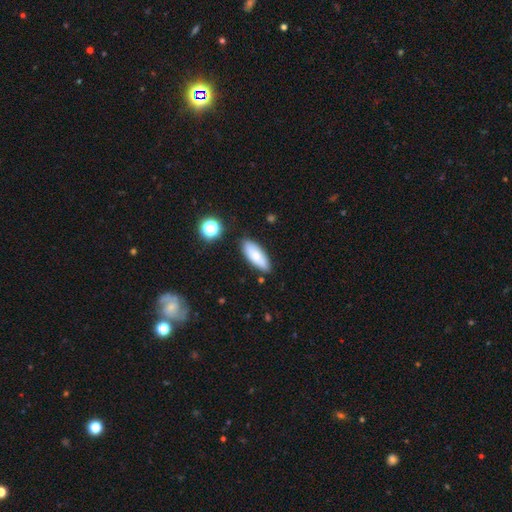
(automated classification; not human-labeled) Smooth or featured?
  - smooth: 77% *
  - featured or disk: 15%
  - star or artifact: 7%
How rounded?
  - in between: 75% *
  - cigar-shaped: 22%
  - round: 2%
Merging?
  - none: 84% *
  - minor disturbance: 11%
  - merger: 3%
  - major disturbance: 2%